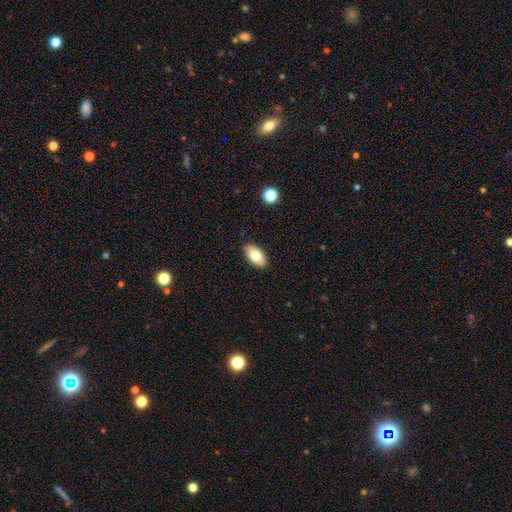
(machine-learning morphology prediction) A smooth galaxy with no disk features (76%) that is in between round and cigar-shaped (93%). Merging: none (88%).